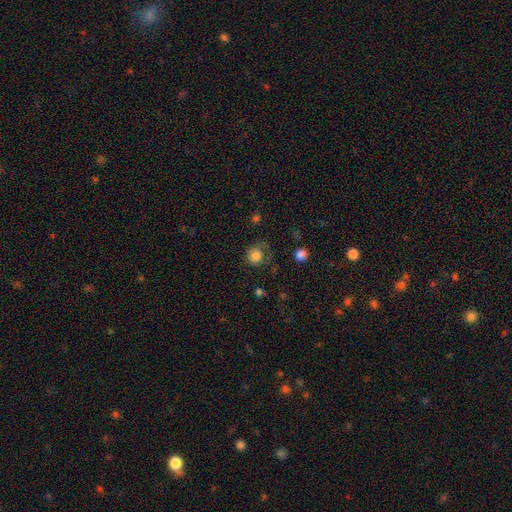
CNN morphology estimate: Q: Smooth or featured?
A: smooth (76%); runner-up: featured or disk (14%)
Q: How rounded?
A: round (86%); runner-up: in between (13%)
Q: Merging?
A: none (55%); runner-up: minor disturbance (22%)